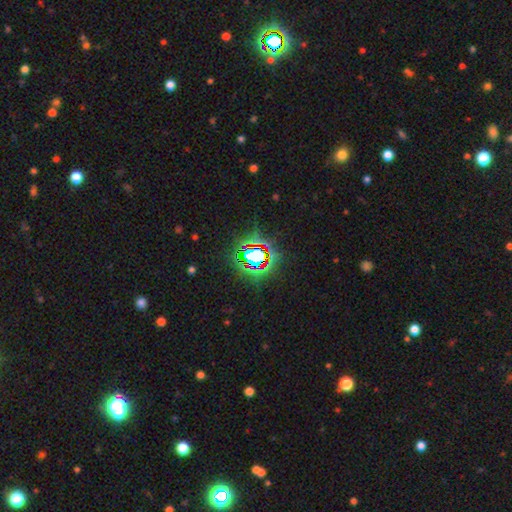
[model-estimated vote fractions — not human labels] Smooth or featured? Predicted: star or artifact (p=0.75).